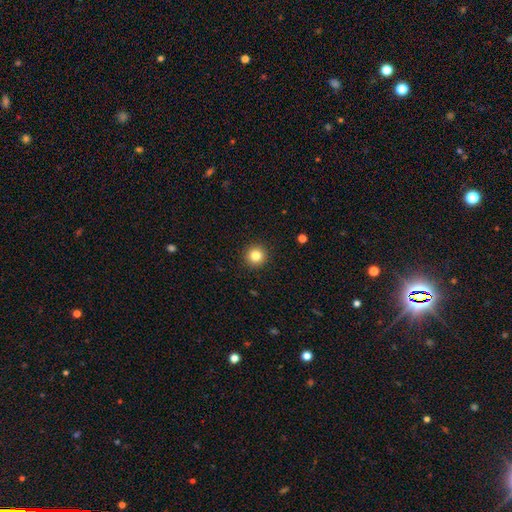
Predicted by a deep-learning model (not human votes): Smooth or featured? Predicted: smooth (p=0.82). How rounded? Predicted: round (p=0.95). Merging? Predicted: none (p=0.93).